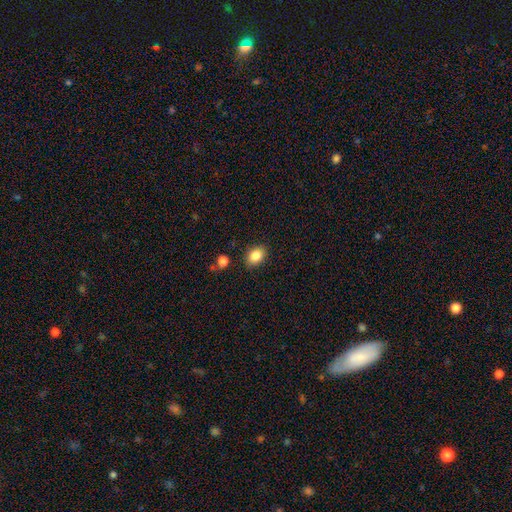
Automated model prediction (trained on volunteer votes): A smooth galaxy with no disk features (85%) that is in between round and cigar-shaped (71%).

Vote fractions:
- Smooth or featured? smooth: 85% / star or artifact: 9% / featured or disk: 6%
- How rounded? in between: 71% / round: 28% / cigar-shaped: 1%
- Merging? none: 85% / minor disturbance: 10% / merger: 3% / major disturbance: 3%